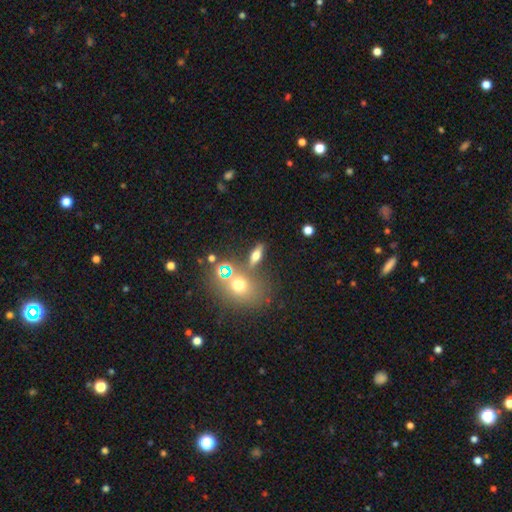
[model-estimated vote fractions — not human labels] This appears to be a smooth galaxy with no disk features (48%). Merging: none (72%).